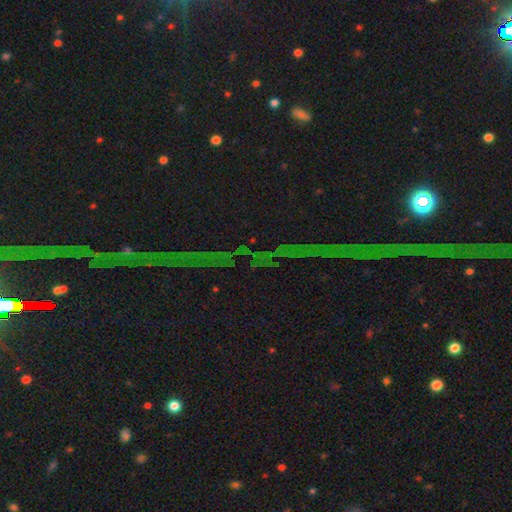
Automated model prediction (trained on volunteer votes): smooth-or-featured: star or artifact: 80% | featured or disk: 11% | smooth: 9%